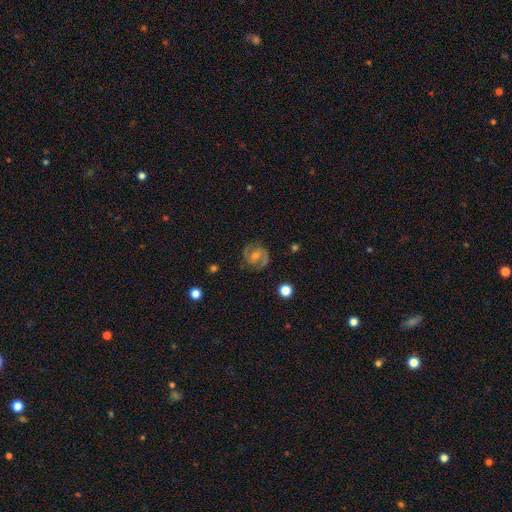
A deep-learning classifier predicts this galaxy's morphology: smooth-or-featured: featured or disk: 81% | smooth: 11% | star or artifact: 8%
  disk-edge-on: no: 98% | yes: 2%
    bar: no: 44% | weak: 43% | strong: 12%
    has-spiral-arms: yes: 95% | no: 5%
      spiral-winding: medium: 50% | tight: 38% | loose: 12%
      spiral-arm-count: 2: 85% | can't tell: 6% | 3: 4% | 1: 2% | 4: 1% | more than 4: 1%
    bulge-size: moderate: 48% | small: 46% | none: 3% | large: 2% | dominant: 1%
  merging: none: 82% | minor disturbance: 12% | major disturbance: 4% | merger: 1%